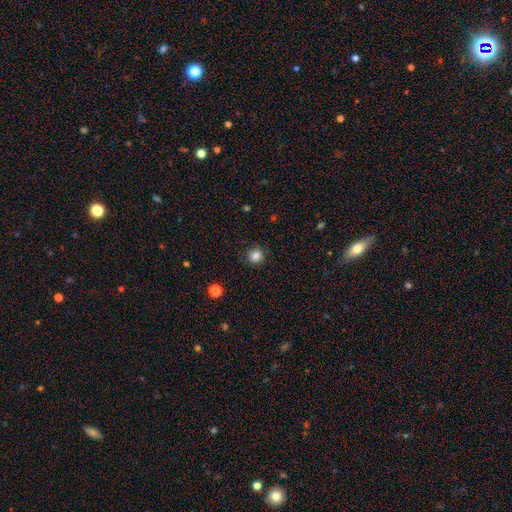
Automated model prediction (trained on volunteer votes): A smooth galaxy with no disk features (84%) that is round (90%). Merging: none (88%).